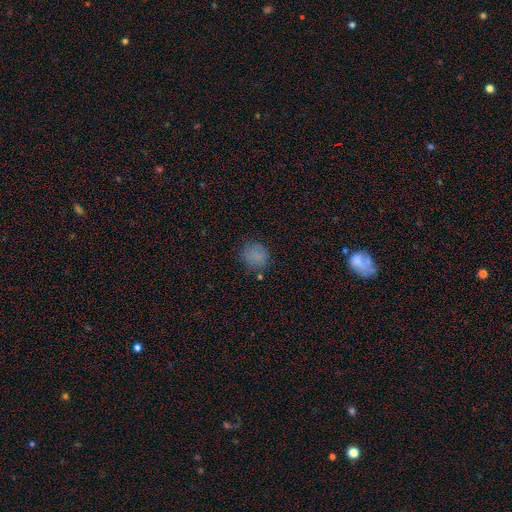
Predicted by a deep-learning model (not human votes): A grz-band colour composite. It shows a smooth galaxy with no disk features (81%) that is round (83%). Merging: none (76%).